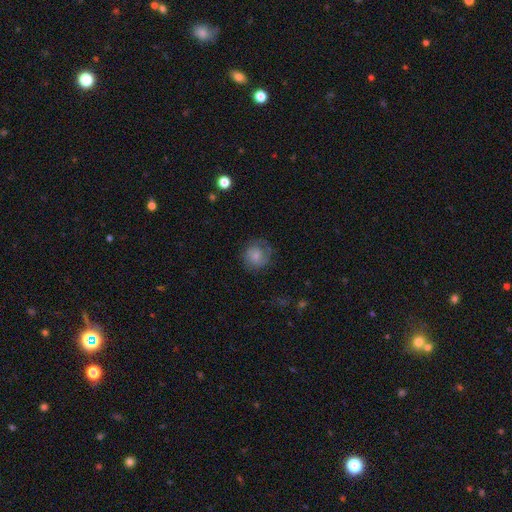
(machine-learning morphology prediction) Smooth or featured? Predicted: smooth (p=0.62). How rounded? Predicted: round (p=0.86). Merging? Predicted: none (p=0.68).